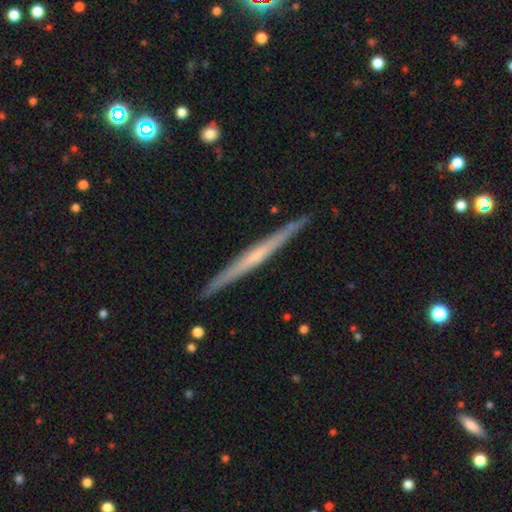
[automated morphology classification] A featured or disk galaxy (63%) viewed edge-on (98%) with no central bulge (71%).

Vote fractions:
- Smooth or featured? featured or disk: 63% / smooth: 31% / star or artifact: 5%
- Edge-on disk? yes: 98% / no: 2%
- Edge-on bulge? none: 71% / rounded: 22% / boxy: 7%
- Merging? none: 91% / minor disturbance: 6% / merger: 1% / major disturbance: 1%